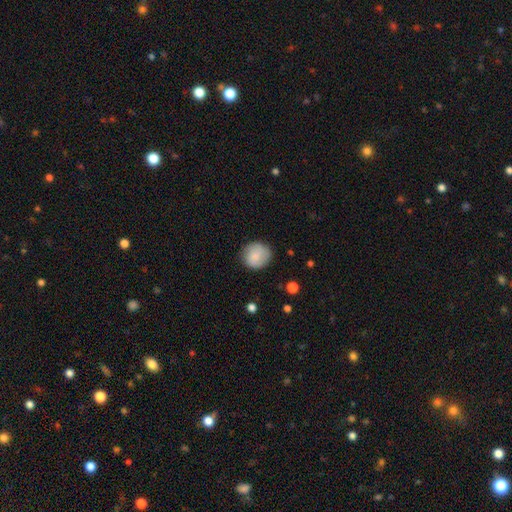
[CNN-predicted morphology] Q: Smooth or featured?
A: smooth (80%); runner-up: featured or disk (13%)
Q: How rounded?
A: round (85%); runner-up: in between (14%)
Q: Merging?
A: none (80%); runner-up: minor disturbance (15%)